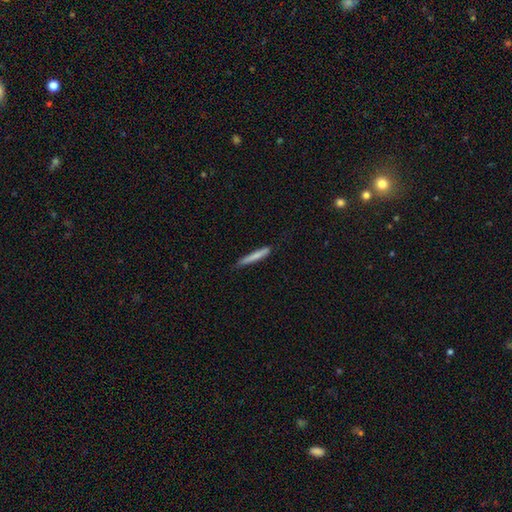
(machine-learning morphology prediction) Smooth or featured?
  - smooth: 76% *
  - featured or disk: 18%
  - star or artifact: 6%
How rounded?
  - cigar-shaped: 95% *
  - in between: 4%
  - round: 1%
Merging?
  - none: 76% *
  - minor disturbance: 19%
  - major disturbance: 3%
  - merger: 2%